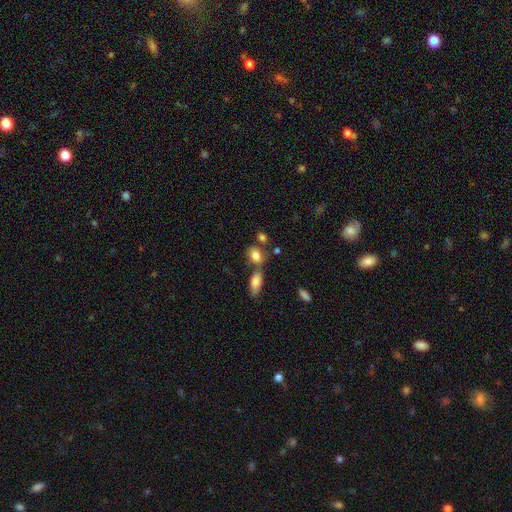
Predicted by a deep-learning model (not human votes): Smooth or featured: smooth — 82% (star or artifact — 9%)
How rounded: in between — 76% (round — 21%)
Merging: none — 55% (merger — 27%)